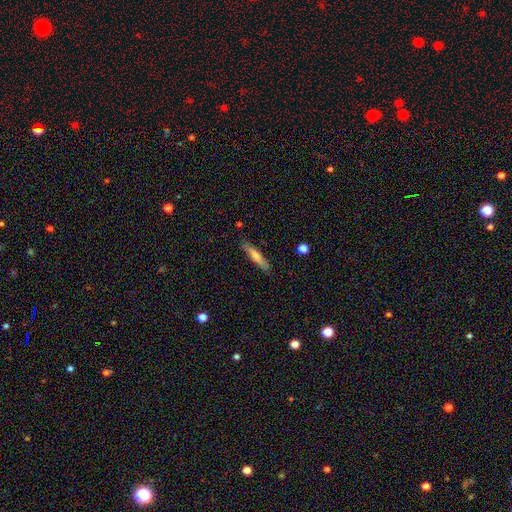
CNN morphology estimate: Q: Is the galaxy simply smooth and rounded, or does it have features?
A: smooth — 53%.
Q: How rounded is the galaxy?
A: cigar-shaped — 91%.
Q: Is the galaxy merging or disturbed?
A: none — 89%.